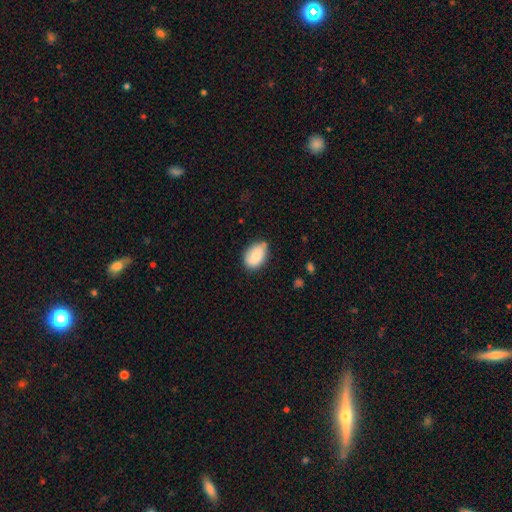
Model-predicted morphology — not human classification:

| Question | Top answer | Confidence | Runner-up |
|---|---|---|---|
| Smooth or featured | smooth | 79% | featured or disk (14%) |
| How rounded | in between | 86% | round (12%) |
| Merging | none | 68% | minor disturbance (25%) |